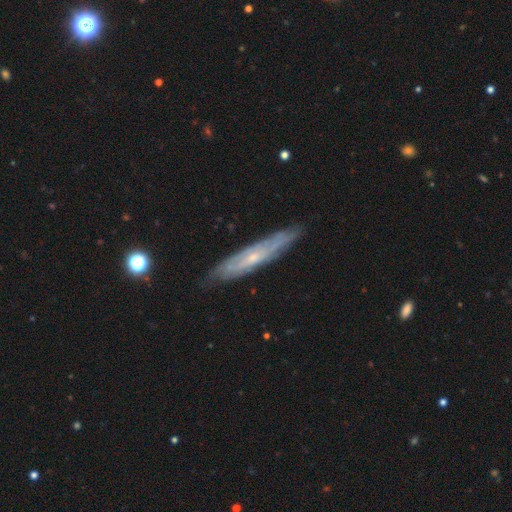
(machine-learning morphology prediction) smooth-or-featured: featured or disk: 62% | smooth: 30% | star or artifact: 8%
  disk-edge-on: yes: 65% | no: 35%
  merging: none: 85% | minor disturbance: 12% | major disturbance: 2% | merger: 1%